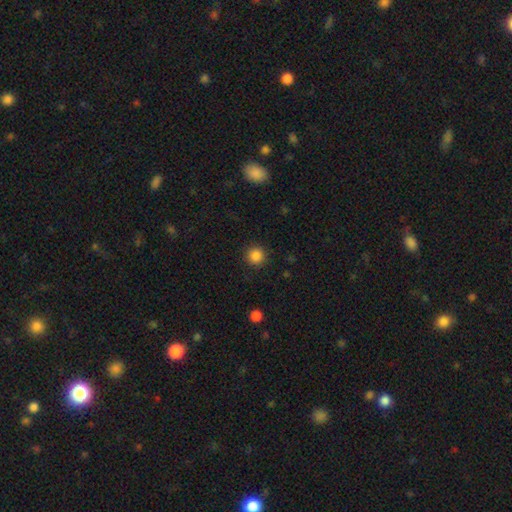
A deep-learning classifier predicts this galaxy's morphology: smooth_or_featured: smooth (p=0.86) [alt: star or artifact p=0.11]
how_rounded: round (p=0.95) [alt: in between p=0.04]
merging: none (p=0.91) [alt: minor disturbance p=0.05]